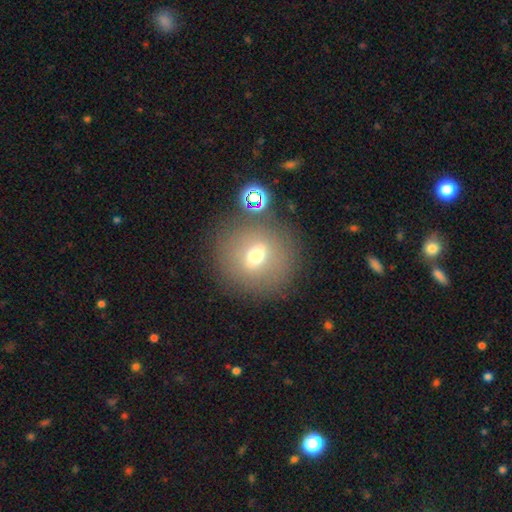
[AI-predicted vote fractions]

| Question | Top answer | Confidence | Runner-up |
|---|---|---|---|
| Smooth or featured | smooth | 55% | featured or disk (28%) |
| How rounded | round | 82% | in between (16%) |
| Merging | none | 78% | minor disturbance (10%) |